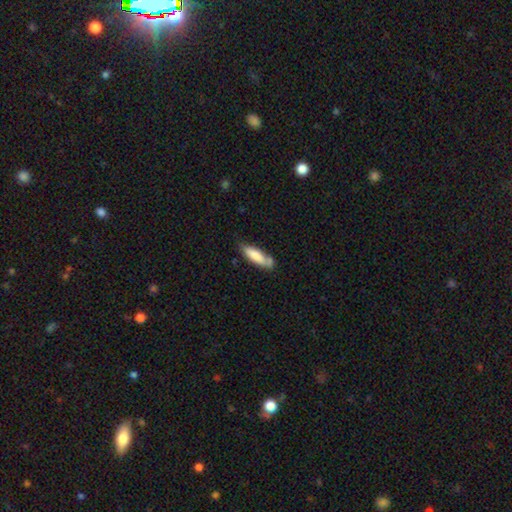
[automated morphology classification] A smooth galaxy with no disk features (78%) that is cigar-shaped (59%). Merging: none (58%).